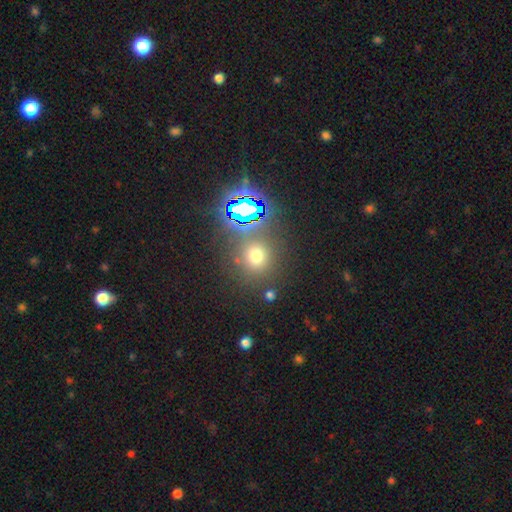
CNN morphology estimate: A smooth galaxy with no disk features (54%) that is round (86%). Merging: none (78%).